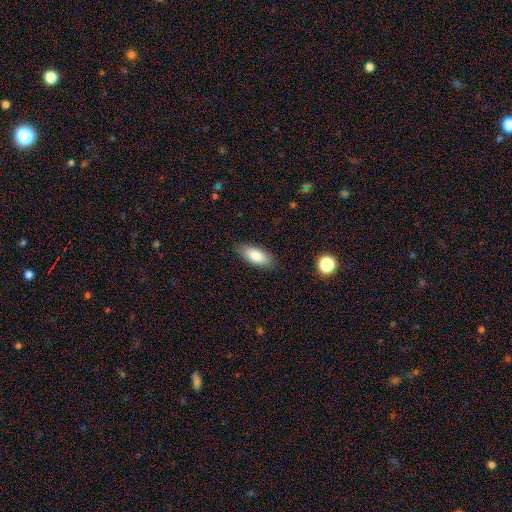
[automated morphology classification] Smooth or featured?
  - smooth: 81% *
  - featured or disk: 12%
  - star or artifact: 7%
How rounded?
  - in between: 82% *
  - cigar-shaped: 15%
  - round: 2%
Merging?
  - none: 86% *
  - minor disturbance: 11%
  - major disturbance: 2%
  - merger: 1%